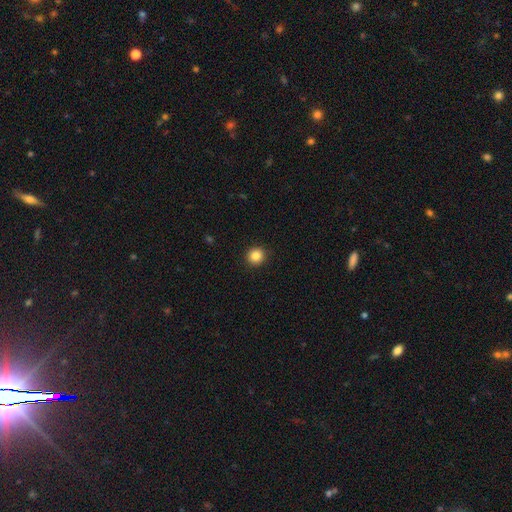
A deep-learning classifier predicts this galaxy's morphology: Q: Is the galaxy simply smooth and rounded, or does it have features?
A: smooth — 86%.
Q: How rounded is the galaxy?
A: round — 93%.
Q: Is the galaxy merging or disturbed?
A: none — 93%.